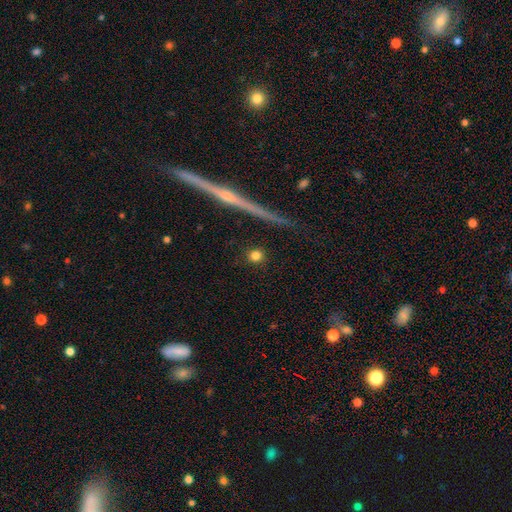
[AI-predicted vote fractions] Smooth or featured: smooth — 80% (star or artifact — 11%)
How rounded: round — 91% (in between — 6%)
Merging: none — 89% (minor disturbance — 6%)